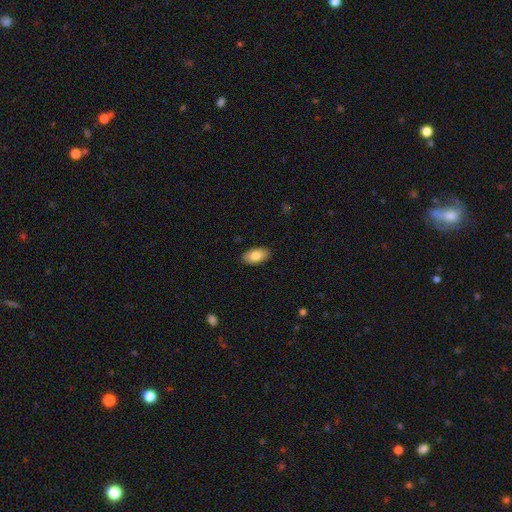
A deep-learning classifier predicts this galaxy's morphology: Smooth or featured? smooth (83%)
How rounded? in between (94%)
Merging? none (88%)